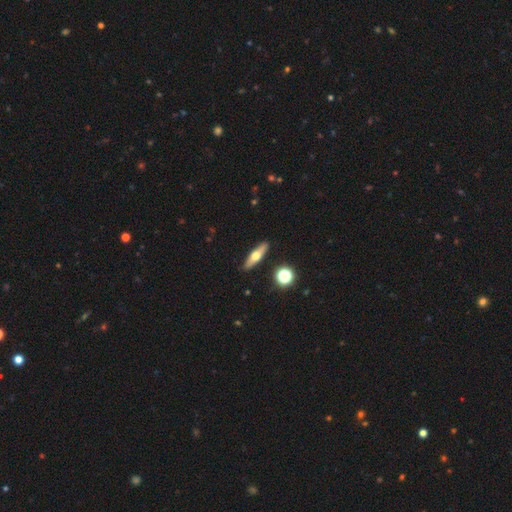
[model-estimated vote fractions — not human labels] This appears to be a featured or disk galaxy (48%). Merging: none (90%).